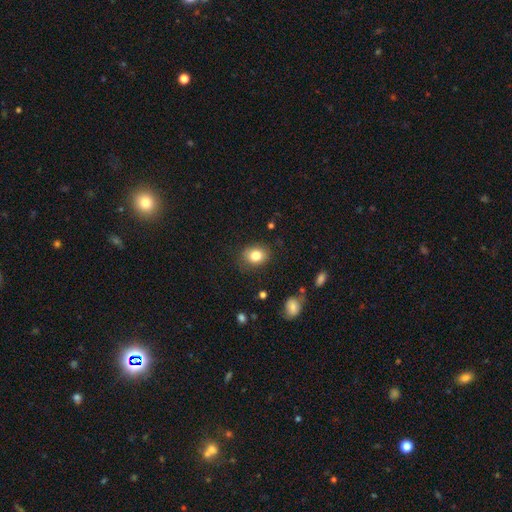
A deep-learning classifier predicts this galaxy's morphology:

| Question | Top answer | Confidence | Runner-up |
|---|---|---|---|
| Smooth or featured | smooth | 82% | star or artifact (10%) |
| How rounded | in between | 54% | round (45%) |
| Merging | none | 84% | minor disturbance (12%) |